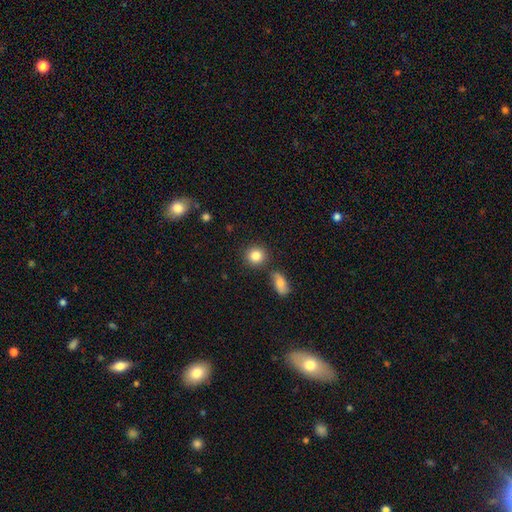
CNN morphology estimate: Smooth or featured? smooth (84%)
How rounded? round (86%)
Merging? none (81%)